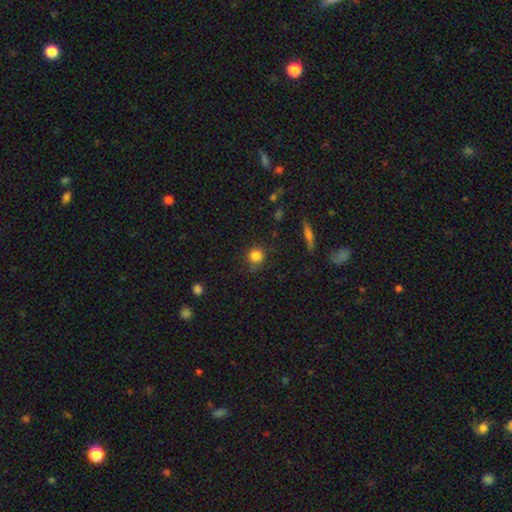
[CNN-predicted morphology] The model was most divided on "merging": none: 76%, minor disturbance: 17%, major disturbance: 4%, merger: 2%. More confident: how rounded — round (89%); smooth or featured — smooth (83%).